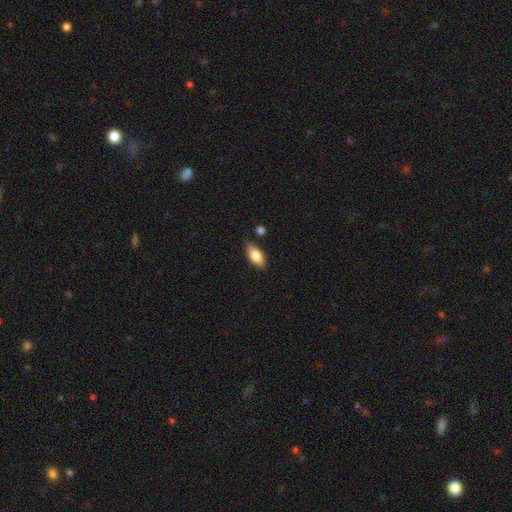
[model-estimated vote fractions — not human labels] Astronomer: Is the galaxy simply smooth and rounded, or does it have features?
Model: smooth — 77%.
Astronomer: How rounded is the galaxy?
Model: in between — 87%.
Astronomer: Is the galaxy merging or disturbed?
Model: none — 78%.